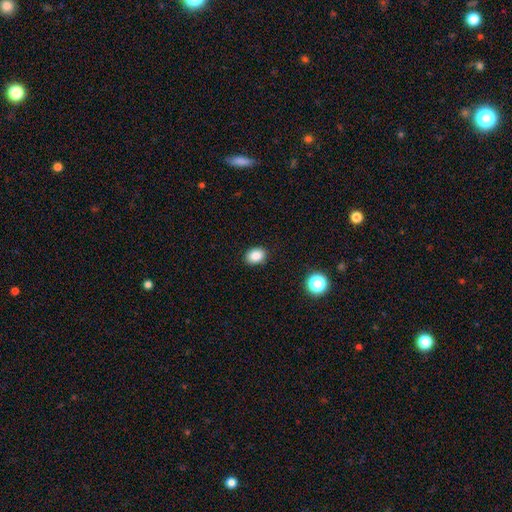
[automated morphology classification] Smooth or featured? Predicted: smooth (p=0.86). How rounded? Predicted: in between (p=0.66). Merging? Predicted: none (p=0.89).